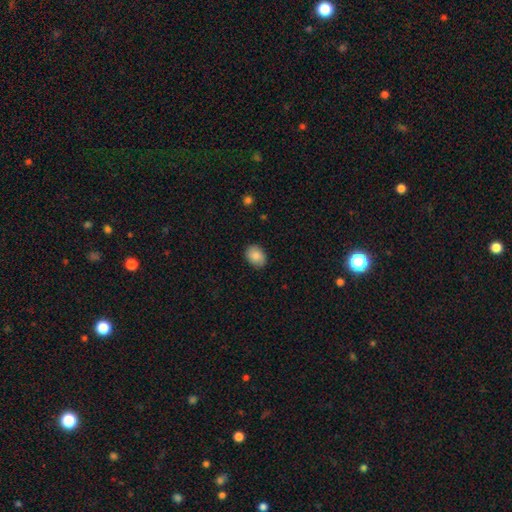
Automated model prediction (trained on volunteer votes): Smooth or featured? Predicted: smooth (p=0.86). How rounded? Predicted: in between (p=0.65). Merging? Predicted: none (p=0.85).